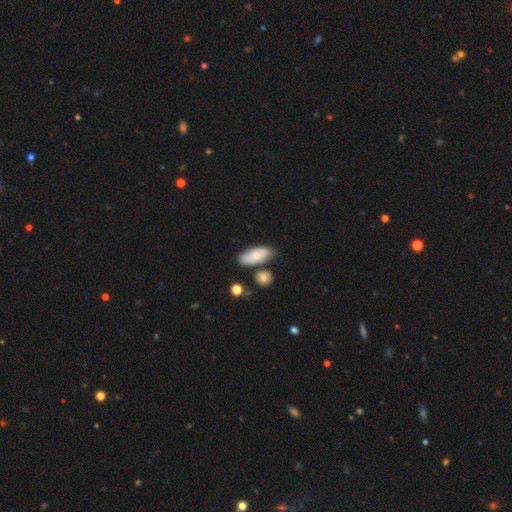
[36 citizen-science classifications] Smooth or featured?
  - smooth: 72% *
  - featured or disk: 28%
  - star or artifact: 0%
How rounded?
  - in between: 85% *
  - cigar-shaped: 12%
  - round: 4%
Merging?
  - none: 72% *
  - merger: 11%
  - minor disturbance: 8%
  - major disturbance: 8%